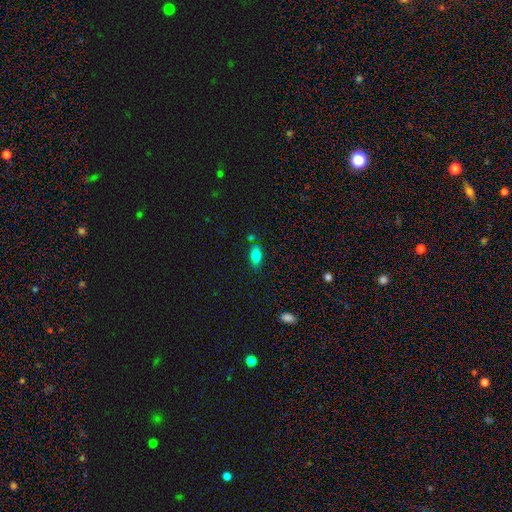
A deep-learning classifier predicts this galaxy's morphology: type=smooth (83%); roundness=in between (88%); merging=none (75%).